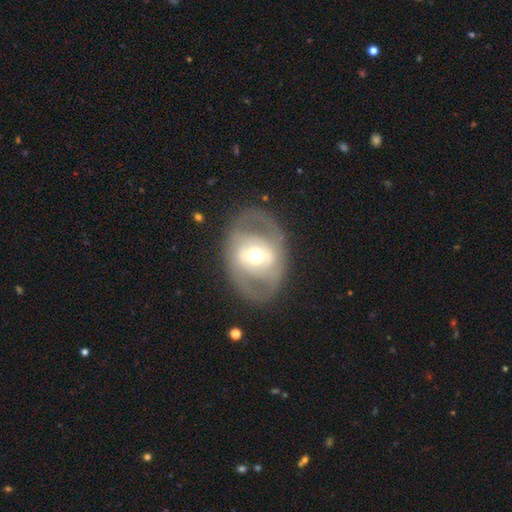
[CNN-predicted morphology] This is likely a featured or disk galaxy (69%). It is clearly not viewed edge-on (94%). Bar: marginally no (39%). Spiral arm pattern: possibly no (54%). Central bulge: likely moderate (65%). Merging: likely none (75%).